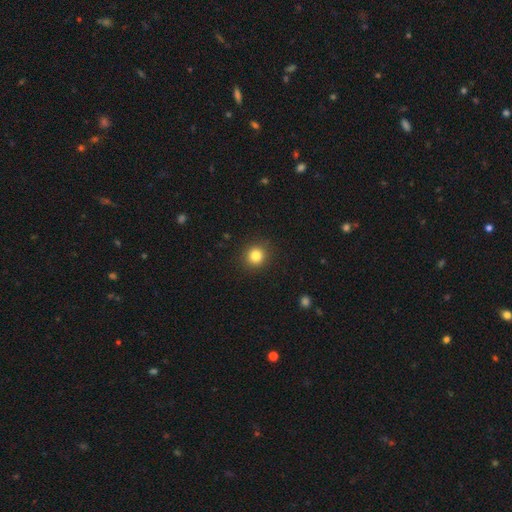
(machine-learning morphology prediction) This appears to be a smooth galaxy with no disk features (83%) that is round (91%). Merging: none (91%).